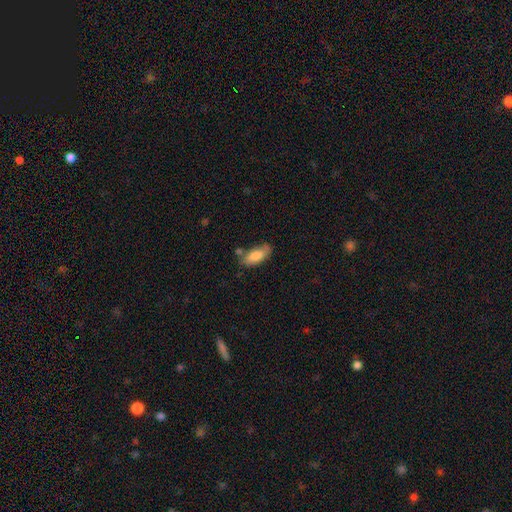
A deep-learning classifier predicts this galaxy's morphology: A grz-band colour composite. It shows a smooth galaxy with no disk features (80%) that is in between round and cigar-shaped (81%). Merging: none (62%).